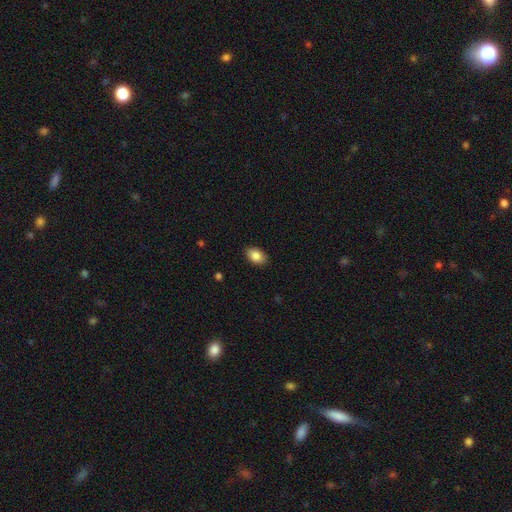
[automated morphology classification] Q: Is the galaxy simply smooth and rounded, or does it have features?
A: smooth — 85%.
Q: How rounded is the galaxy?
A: in between — 87%.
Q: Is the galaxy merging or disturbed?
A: none — 88%.